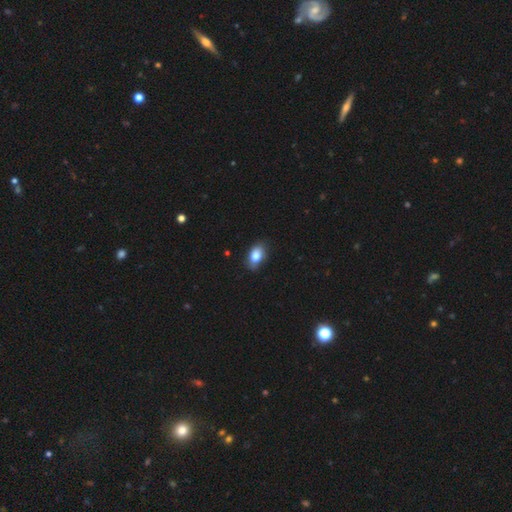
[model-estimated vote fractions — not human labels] A smooth galaxy with no disk features (84%) that is in between round and cigar-shaped (88%). Merging: none (77%).